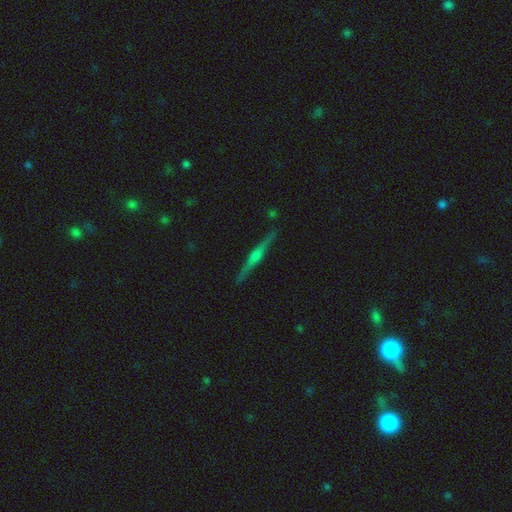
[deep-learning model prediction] Smooth or featured?
  - featured or disk: 82% *
  - smooth: 12%
  - star or artifact: 7%
Edge-on disk?
  - yes: 98% *
  - no: 2%
Edge-on bulge?
  - rounded: 80% *
  - boxy: 13%
  - none: 7%
Merging?
  - none: 91% *
  - minor disturbance: 6%
  - major disturbance: 1%
  - merger: 1%